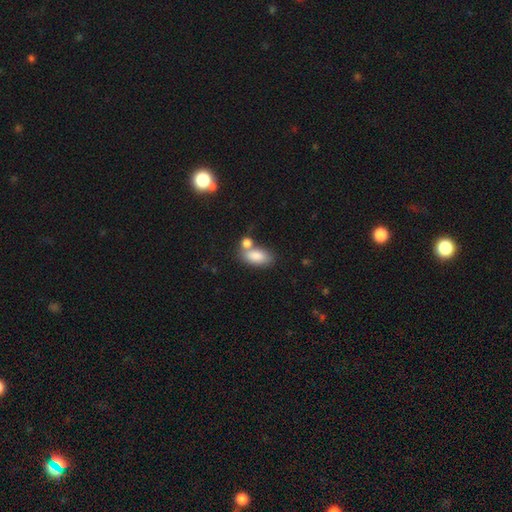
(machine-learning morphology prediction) The model was most divided on "merging": none: 45%, merger: 36%, minor disturbance: 13%, major disturbance: 5%. More confident: how rounded — in between (90%); smooth or featured — smooth (84%).